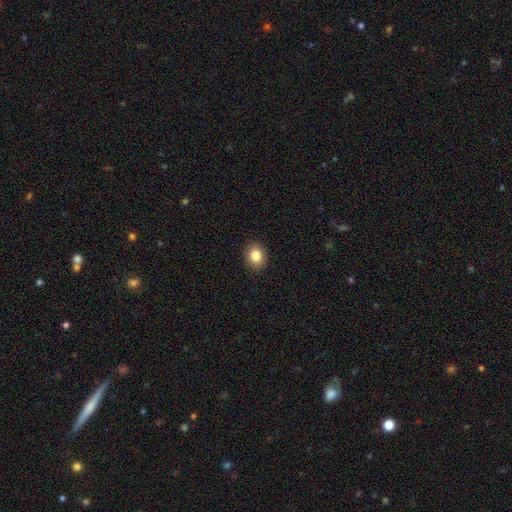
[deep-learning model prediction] Smooth or featured: smooth — 84% (star or artifact — 9%)
How rounded: in between — 51% (round — 48%)
Merging: none — 90% (minor disturbance — 7%)